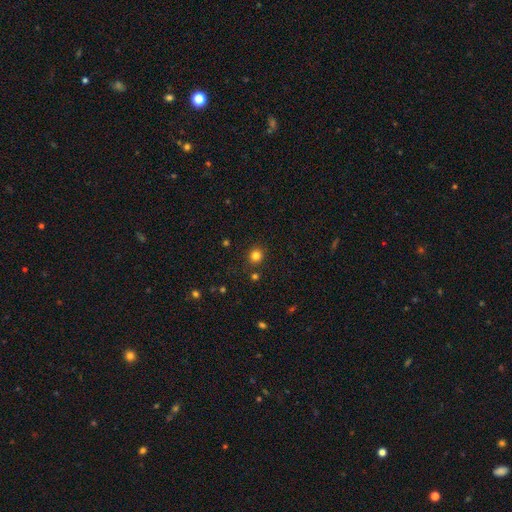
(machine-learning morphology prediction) smooth_or_featured: smooth (p=0.81) [alt: star or artifact p=0.14]
how_rounded: round (p=0.87) [alt: in between p=0.12]
merging: none (p=0.87) [alt: minor disturbance p=0.07]